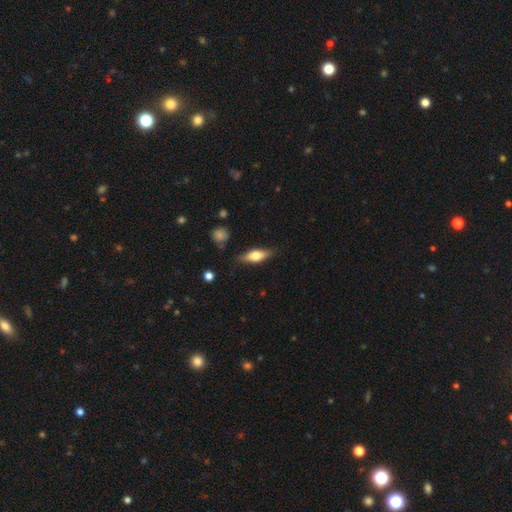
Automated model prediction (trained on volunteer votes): Morphology: type=smooth (52%); roundness=in between (60%); merging=none (80%).